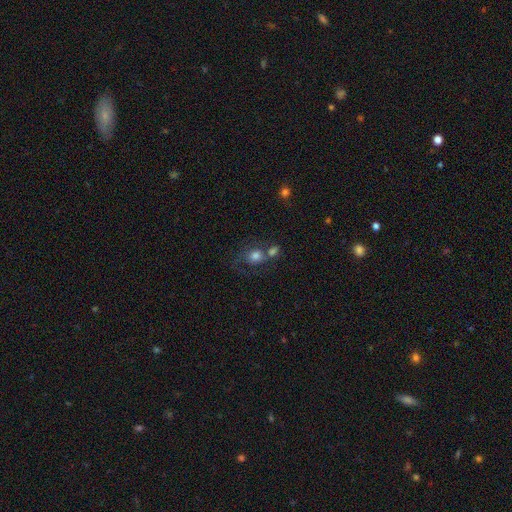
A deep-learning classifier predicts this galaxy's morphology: smooth_or_featured: smooth (p=0.68) [alt: featured or disk p=0.20]
how_rounded: round (p=0.65) [alt: in between p=0.34]
merging: merger (p=0.42) [alt: none p=0.32]